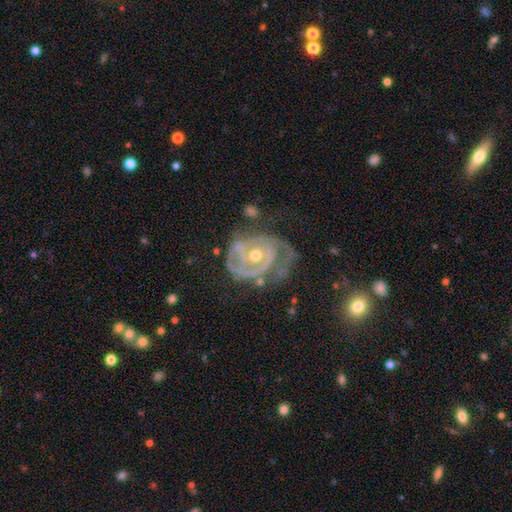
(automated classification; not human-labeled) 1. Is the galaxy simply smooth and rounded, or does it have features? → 87% featured or disk, 7% smooth, 6% star or artifact.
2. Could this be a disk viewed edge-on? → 97% no, 3% yes.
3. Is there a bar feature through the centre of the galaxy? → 69% no, 23% weak, 8% strong.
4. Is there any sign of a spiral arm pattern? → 93% yes, 7% no.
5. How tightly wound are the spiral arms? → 64% tight, 29% medium, 7% loose.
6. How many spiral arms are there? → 39% 2, 22% can't tell, 22% 3, 8% 1, 5% 4, 4% more than 4.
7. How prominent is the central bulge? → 60% moderate, 36% small, 2% large, 1% none, 1% dominant.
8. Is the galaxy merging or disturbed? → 47% none, 27% minor disturbance, 22% major disturbance, 4% merger.